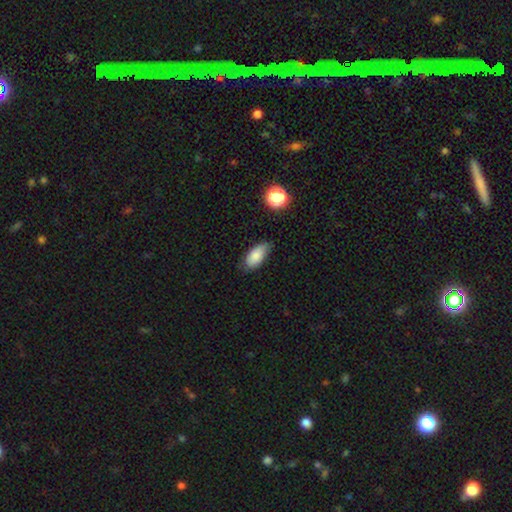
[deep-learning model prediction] Overall: smooth (82%). How rounded: in between (90%). Merging: none (70%).